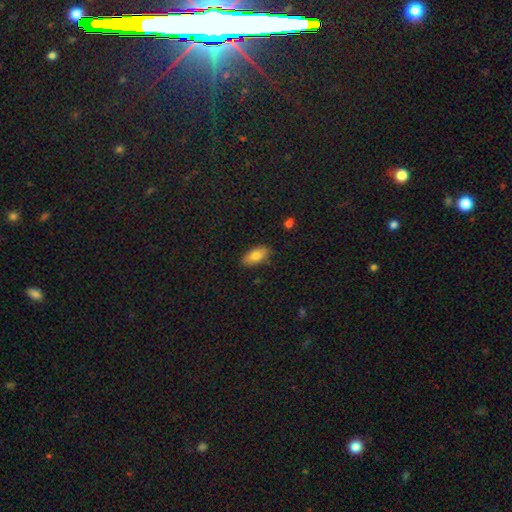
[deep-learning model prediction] smooth_or_featured: smooth (p=0.80) [alt: featured or disk p=0.13]
how_rounded: in between (p=0.88) [alt: cigar-shaped p=0.09]
merging: none (p=0.85) [alt: minor disturbance p=0.12]